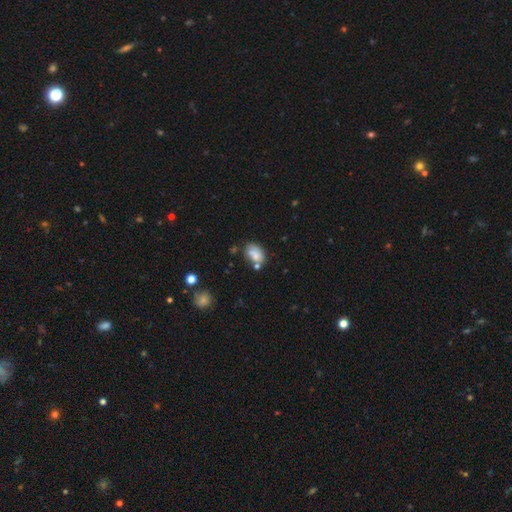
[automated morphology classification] Q: Smooth or featured?
A: smooth (72%); runner-up: featured or disk (18%)
Q: How rounded?
A: in between (84%); runner-up: round (15%)
Q: Merging?
A: none (49%); runner-up: minor disturbance (23%)